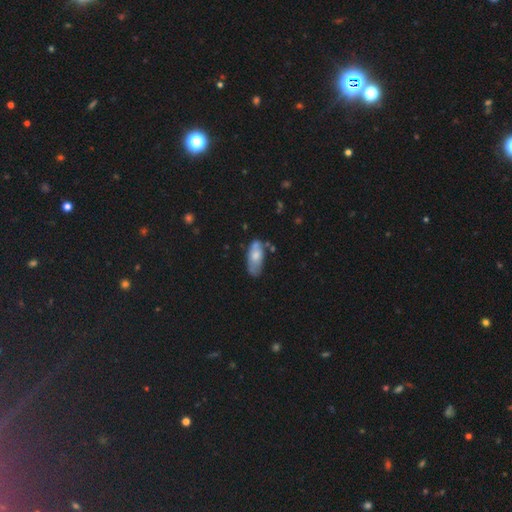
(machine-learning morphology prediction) This appears to be a smooth galaxy with no disk features (66%) that is in between round and cigar-shaped (86%). Merging: none (53%).